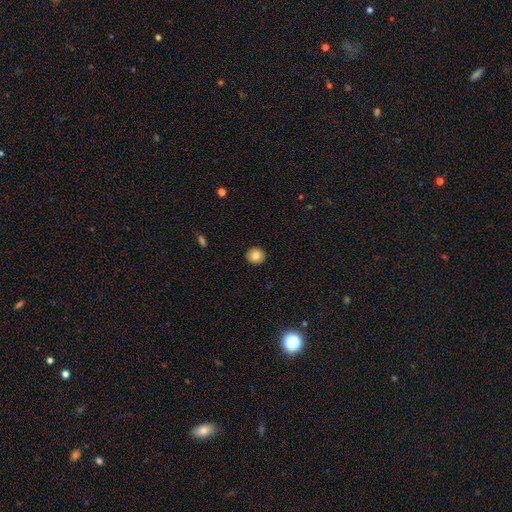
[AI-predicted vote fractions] Smooth or featured? Predicted: smooth (p=0.82). How rounded? Predicted: round (p=0.91). Merging? Predicted: none (p=0.92).